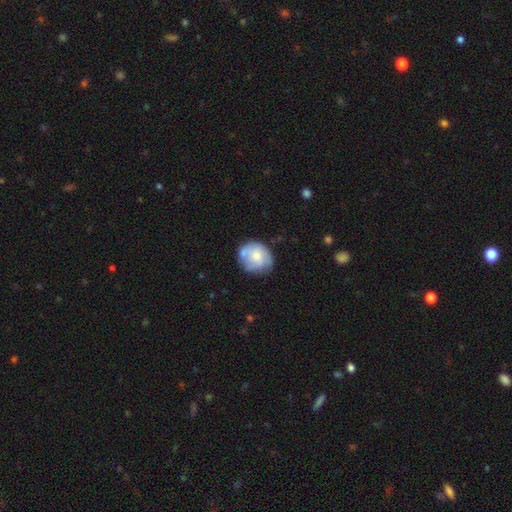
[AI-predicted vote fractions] This is possibly a smooth galaxy (56%). How rounded: likely round (72%). Merging: possibly none (57%).